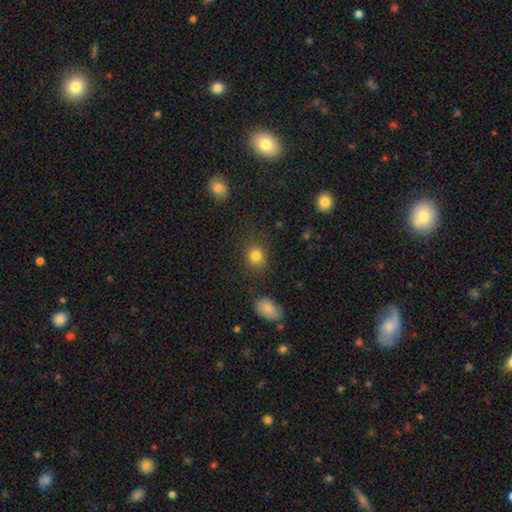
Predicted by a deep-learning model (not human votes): This is clearly a smooth galaxy (82%). How rounded: likely round (72%). Merging: likely none (78%).